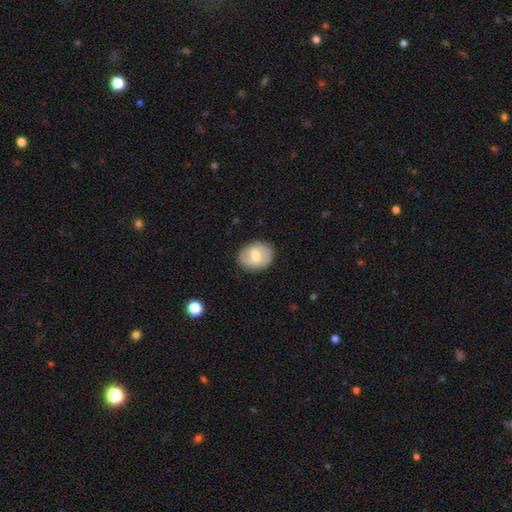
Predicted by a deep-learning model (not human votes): Smooth or featured? featured or disk (48%)
Merging? none (85%)